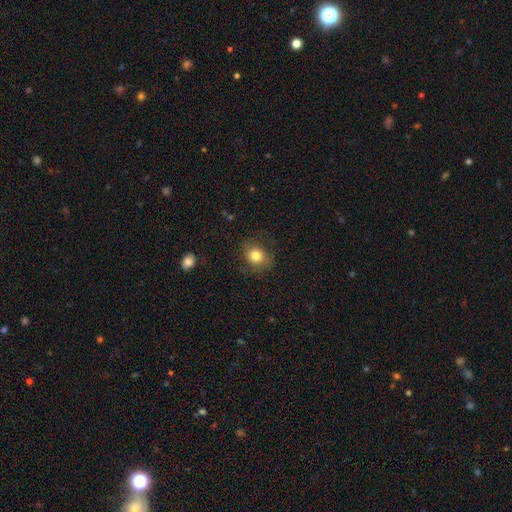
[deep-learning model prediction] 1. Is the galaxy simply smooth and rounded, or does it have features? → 80% smooth, 10% featured or disk, 10% star or artifact.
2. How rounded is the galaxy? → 61% round, 38% in between, 1% cigar-shaped.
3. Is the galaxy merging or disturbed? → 78% none, 15% minor disturbance, 6% major disturbance, 1% merger.